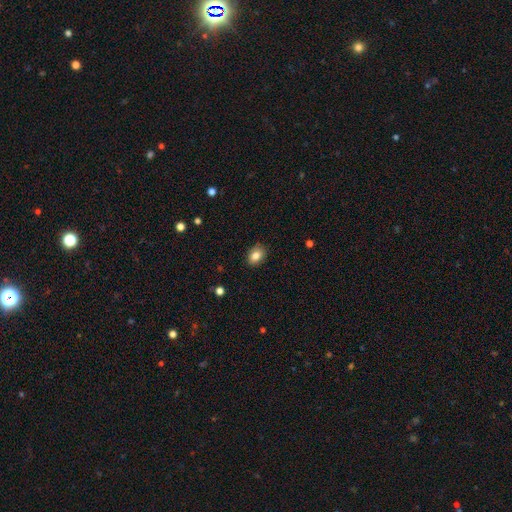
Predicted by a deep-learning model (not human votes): A smooth galaxy with no disk features (84%) that is in between round and cigar-shaped (73%). Merging: none (87%).